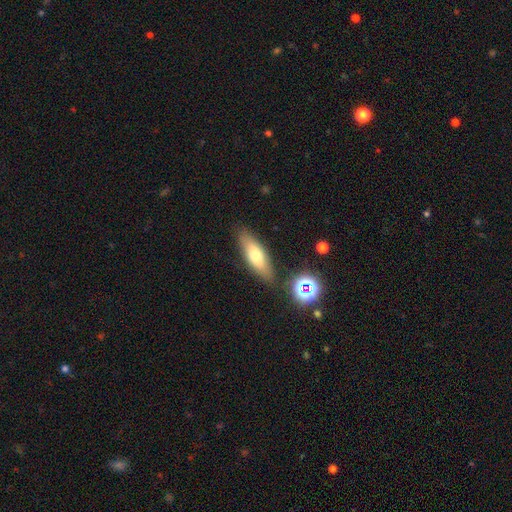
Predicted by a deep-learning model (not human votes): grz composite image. It shows a smooth galaxy with no disk features (64%) that is in between round and cigar-shaped (58%). Merging: none (82%).